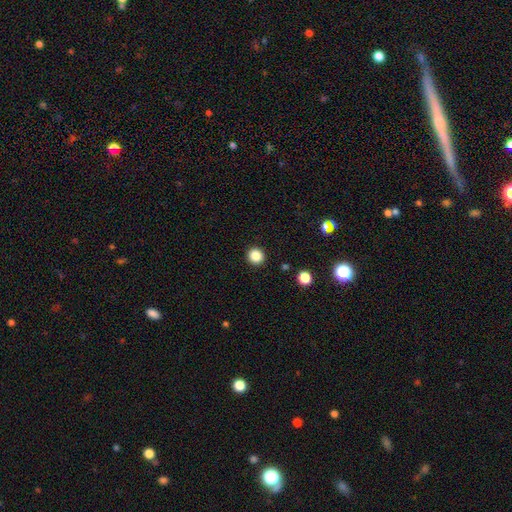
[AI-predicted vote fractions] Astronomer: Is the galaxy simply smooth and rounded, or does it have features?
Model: smooth — 86%.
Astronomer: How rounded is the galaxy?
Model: round — 92%.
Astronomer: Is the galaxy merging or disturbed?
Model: none — 92%.